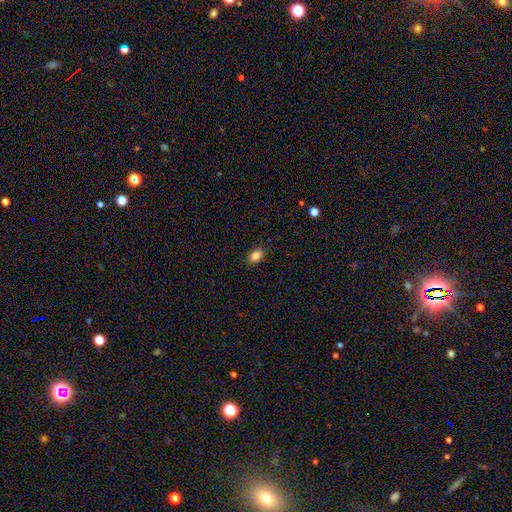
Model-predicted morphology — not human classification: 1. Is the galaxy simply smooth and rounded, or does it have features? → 85% smooth, 10% star or artifact, 4% featured or disk.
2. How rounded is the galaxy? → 77% in between, 21% round, 1% cigar-shaped.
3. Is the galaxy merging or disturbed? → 87% none, 9% minor disturbance, 2% major disturbance, 1% merger.